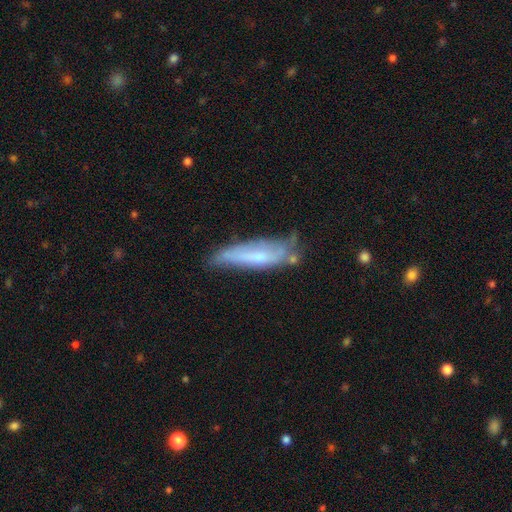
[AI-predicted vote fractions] This appears to be a smooth galaxy with no disk features (49%). Merging: none (46%).